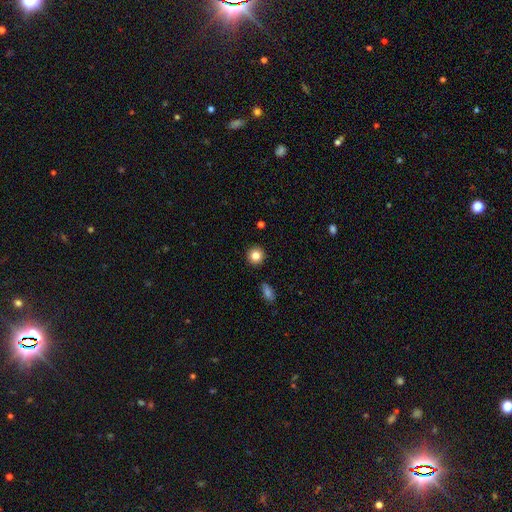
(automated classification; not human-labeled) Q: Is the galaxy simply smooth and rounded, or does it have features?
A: smooth — 83%.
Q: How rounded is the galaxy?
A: round — 92%.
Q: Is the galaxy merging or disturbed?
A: none — 91%.